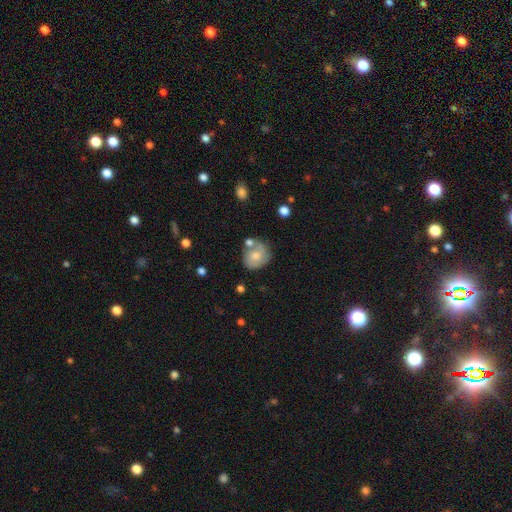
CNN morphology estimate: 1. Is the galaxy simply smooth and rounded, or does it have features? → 54% smooth, 37% featured or disk, 8% star or artifact.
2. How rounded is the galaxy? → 70% round, 29% in between, 1% cigar-shaped.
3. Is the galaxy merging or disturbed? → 49% none, 21% minor disturbance, 21% merger, 9% major disturbance.